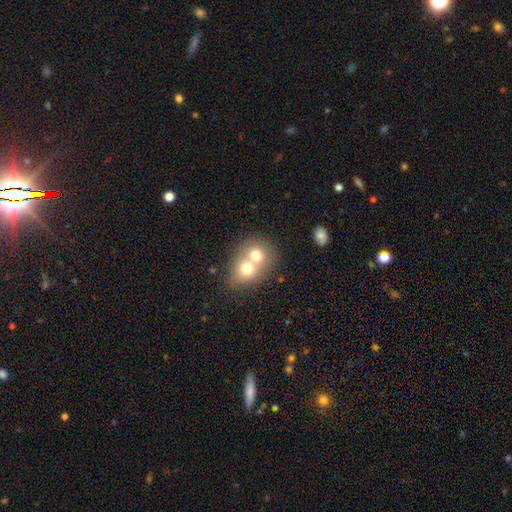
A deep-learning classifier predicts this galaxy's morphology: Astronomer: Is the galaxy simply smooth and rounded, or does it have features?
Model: smooth — 69%.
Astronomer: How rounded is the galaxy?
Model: round — 63%.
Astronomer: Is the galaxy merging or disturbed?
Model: merger — 71%.